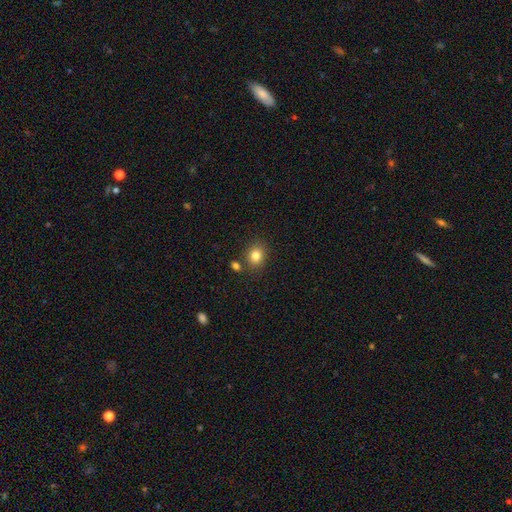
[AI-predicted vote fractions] Q: Smooth or featured?
A: smooth (82%); runner-up: star or artifact (11%)
Q: How rounded?
A: round (61%); runner-up: in between (39%)
Q: Merging?
A: none (78%); runner-up: minor disturbance (10%)